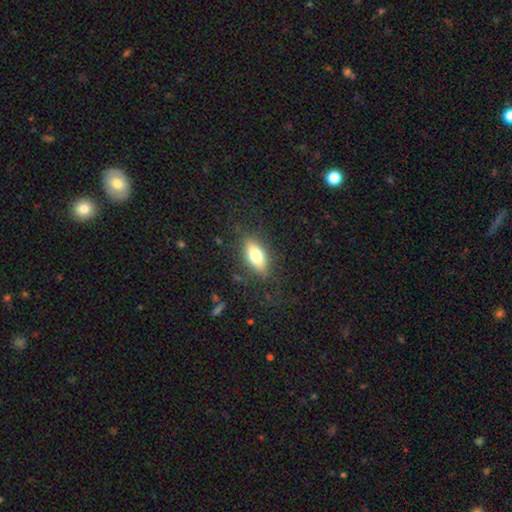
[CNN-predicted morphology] This appears to be a smooth galaxy with no disk features (72%) that is in between round and cigar-shaped (82%). Merging: none (79%).